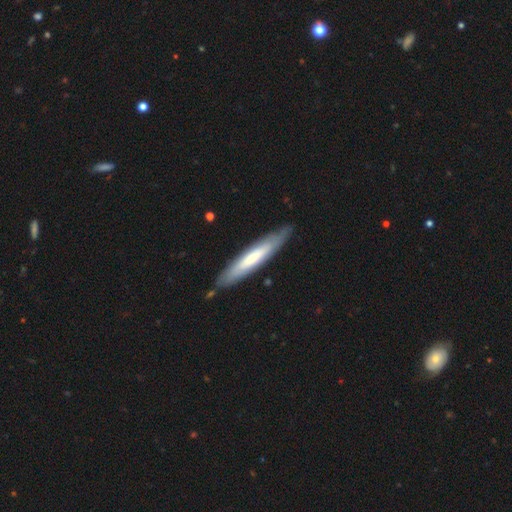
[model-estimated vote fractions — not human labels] Q: Smooth or featured?
A: smooth (49%); runner-up: featured or disk (45%)
Q: Merging?
A: none (84%); runner-up: minor disturbance (12%)